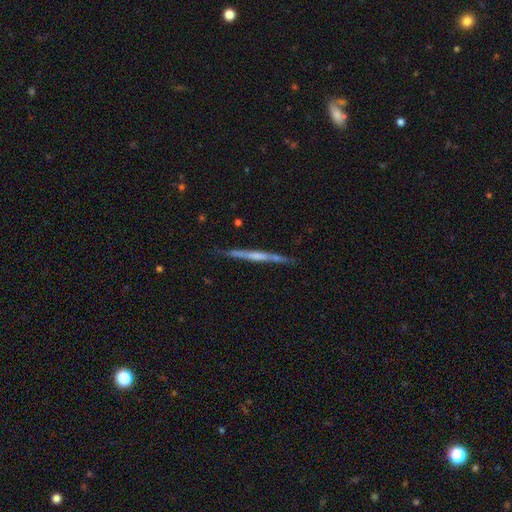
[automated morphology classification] featured or disk 64%, smooth 31%, star or artifact 6%. Down the decision tree: edge-on disk — yes (97%); edge-on bulge — none (58%); merging — none (83%).